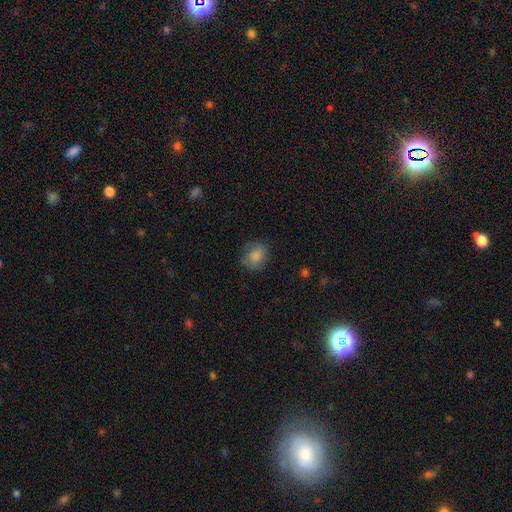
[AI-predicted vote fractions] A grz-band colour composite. It shows a smooth galaxy with no disk features (78%) that is round (64%). Merging: none (70%).